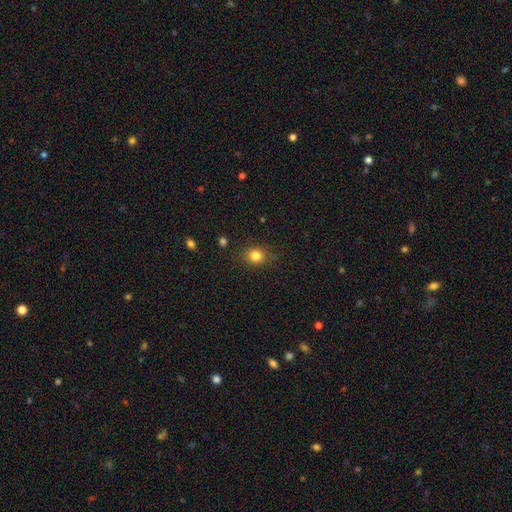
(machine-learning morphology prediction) Smooth or featured?
  - smooth: 82% *
  - star or artifact: 11%
  - featured or disk: 7%
How rounded?
  - round: 60% *
  - in between: 38%
  - cigar-shaped: 1%
Merging?
  - none: 84% *
  - minor disturbance: 12%
  - major disturbance: 3%
  - merger: 1%